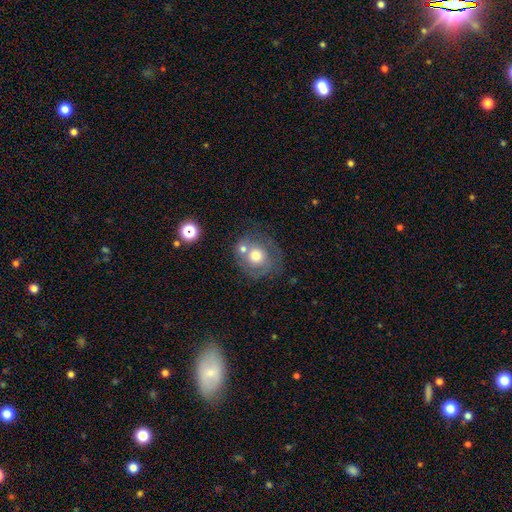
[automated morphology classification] smooth-or-featured: smooth: 46% | featured or disk: 45% | star or artifact: 9%
  merging: none: 47% | merger: 24% | minor disturbance: 18% | major disturbance: 10%